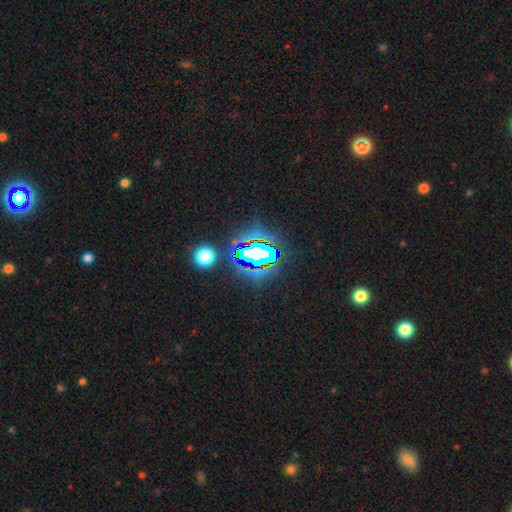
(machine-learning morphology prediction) Smooth or featured? star or artifact (68%)